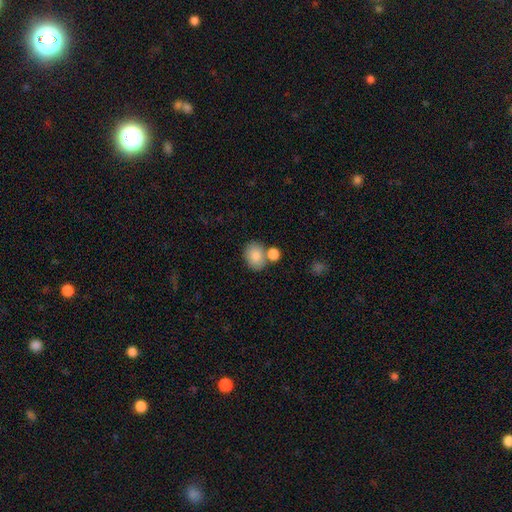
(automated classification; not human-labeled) Overall: smooth (84%). How rounded: in between (56%; round 43%). Merging: none (58%; merger 27%).